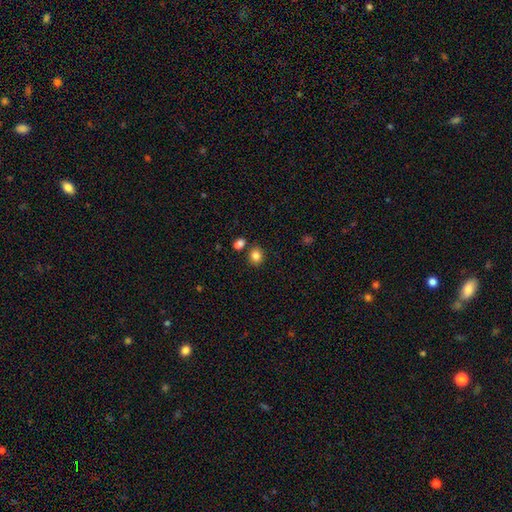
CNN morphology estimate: Smooth or featured? smooth (84%)
How rounded? round (69%)
Merging? none (80%)